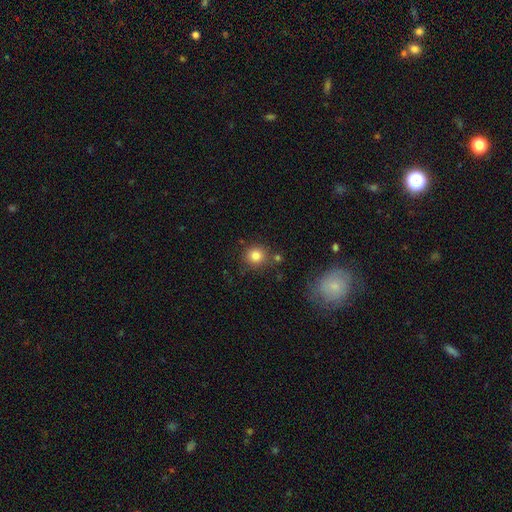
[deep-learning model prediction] Smooth or featured? Predicted: smooth (p=0.83). How rounded? Predicted: round (p=0.89). Merging? Predicted: none (p=0.79).